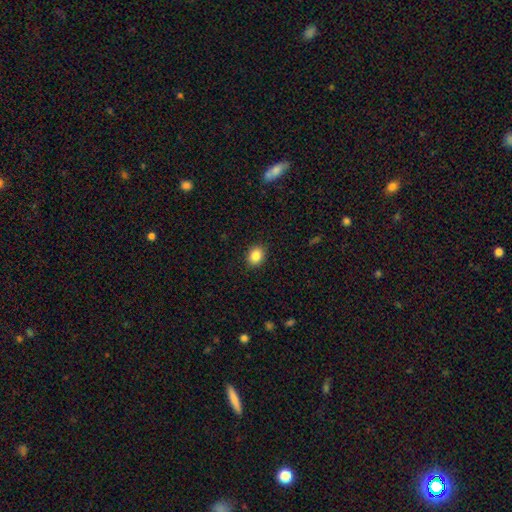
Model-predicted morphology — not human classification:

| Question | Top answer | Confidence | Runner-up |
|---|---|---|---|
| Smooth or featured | smooth | 86% | star or artifact (9%) |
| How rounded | in between | 51% | round (48%) |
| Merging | none | 90% | minor disturbance (7%) |